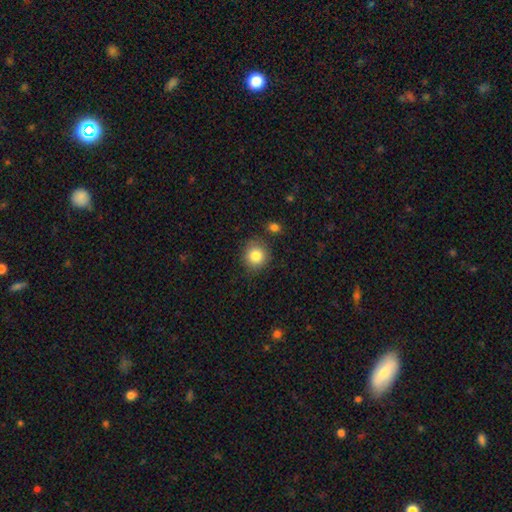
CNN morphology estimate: A smooth galaxy with no disk features (84%) that is round (90%). Merging: none (85%).